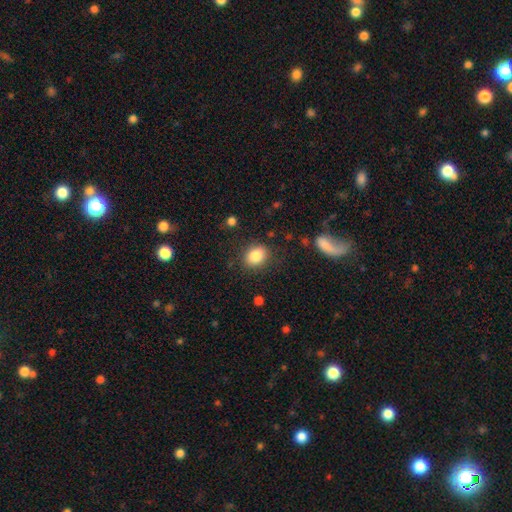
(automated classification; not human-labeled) Morphology: type=smooth (85%); roundness=in between (51%); merging=none (83%).